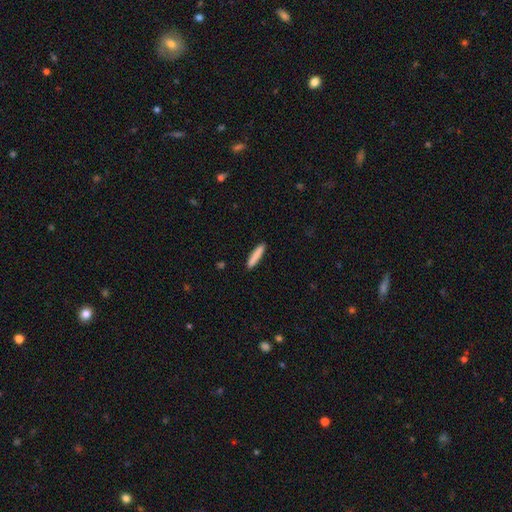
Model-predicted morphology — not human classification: Smooth or featured?
  - smooth: 85% *
  - featured or disk: 9%
  - star or artifact: 6%
How rounded?
  - cigar-shaped: 91% *
  - in between: 8%
  - round: 1%
Merging?
  - none: 90% *
  - minor disturbance: 7%
  - major disturbance: 2%
  - merger: 1%